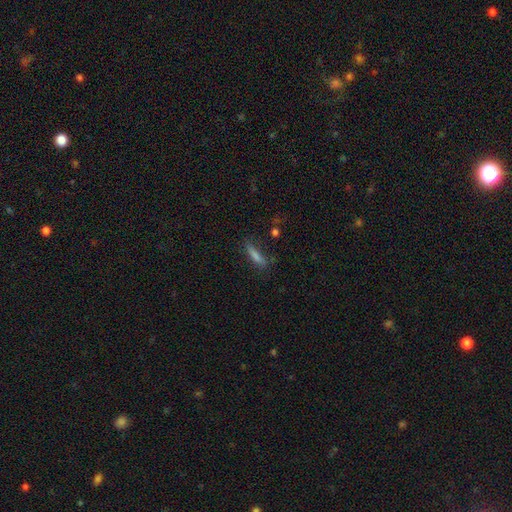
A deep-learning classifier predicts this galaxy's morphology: A smooth galaxy with no disk features (68%) that is cigar-shaped (83%). Merging: none (74%).